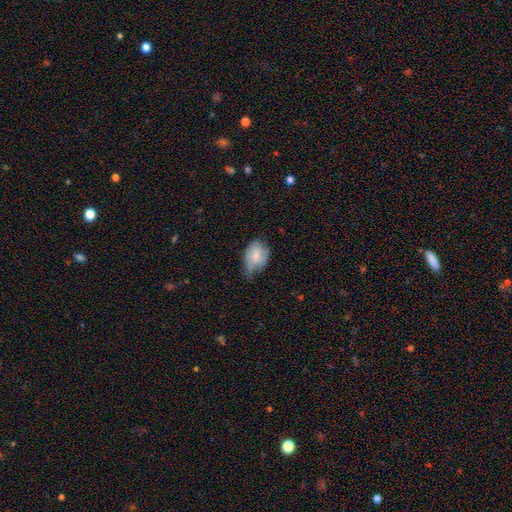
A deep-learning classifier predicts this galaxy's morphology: Smooth or featured: smooth — 64% (featured or disk — 29%)
How rounded: in between — 80% (round — 18%)
Merging: minor disturbance — 45% (none — 37%)